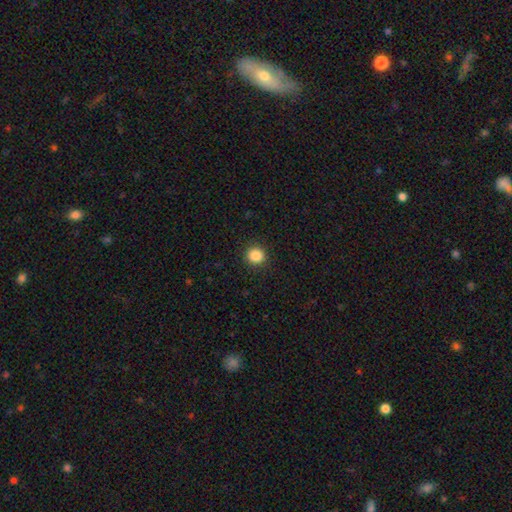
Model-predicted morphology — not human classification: This appears to be a smooth galaxy with no disk features (87%) that is round (90%). Merging: none (91%).